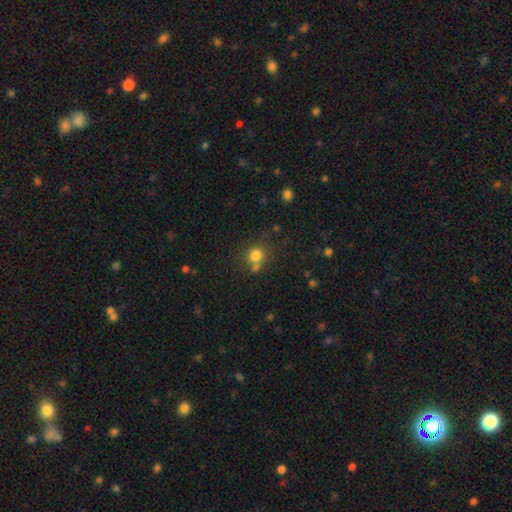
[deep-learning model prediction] smooth_or_featured: smooth (p=0.78) [alt: star or artifact p=0.14]
how_rounded: round (p=0.82) [alt: in between p=0.17]
merging: none (p=0.58) [alt: merger p=0.25]